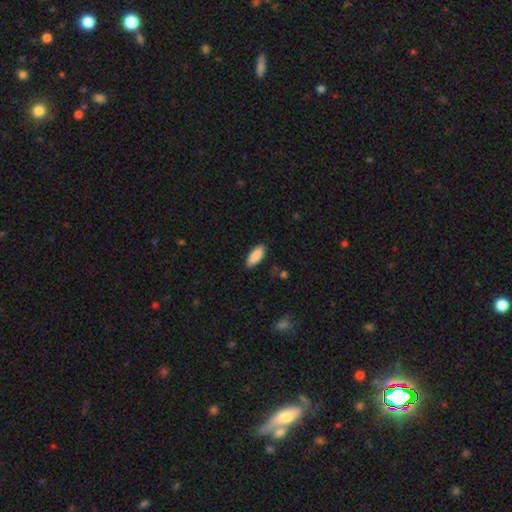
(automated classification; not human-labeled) Overall: smooth (89%). How rounded: in between (77%). Merging: none (88%).